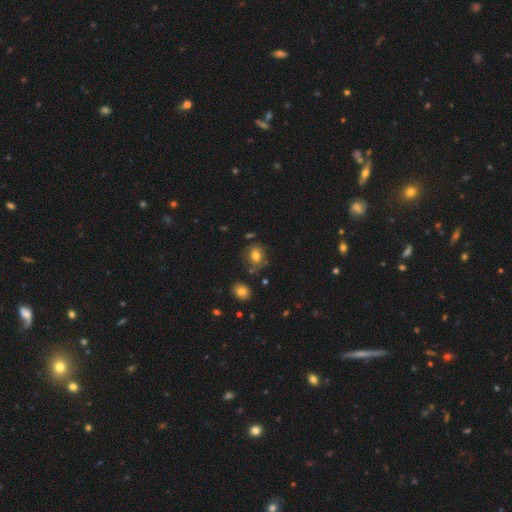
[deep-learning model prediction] smooth_or_featured: smooth (p=0.66) [alt: featured or disk p=0.21]
how_rounded: round (p=0.54) [alt: in between p=0.45]
merging: none (p=0.67) [alt: minor disturbance p=0.20]